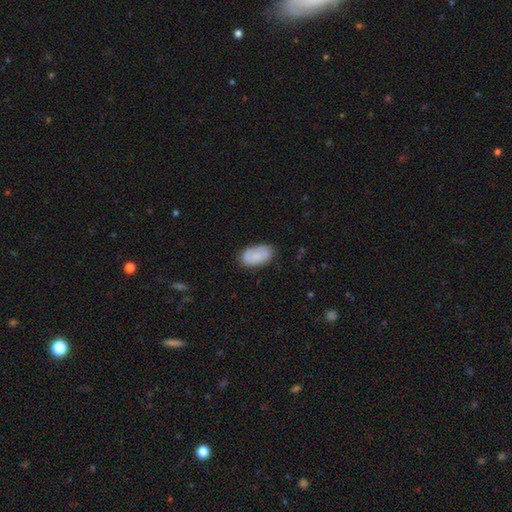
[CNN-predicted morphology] Overall: smooth (76%). How rounded: in between (94%). Merging: none (74%).